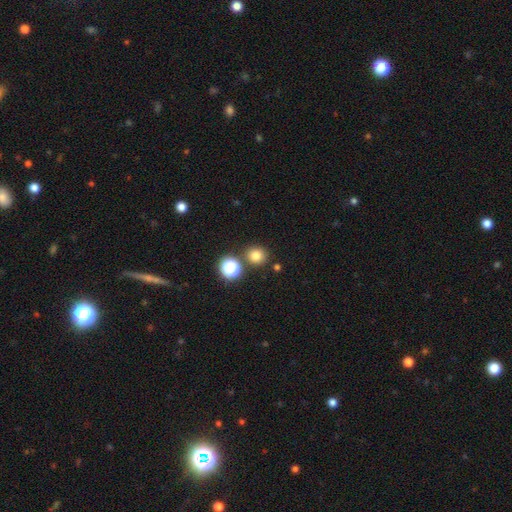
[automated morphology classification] This is likely a smooth galaxy (78%). How rounded: clearly round (89%). Merging: clearly none (80%).